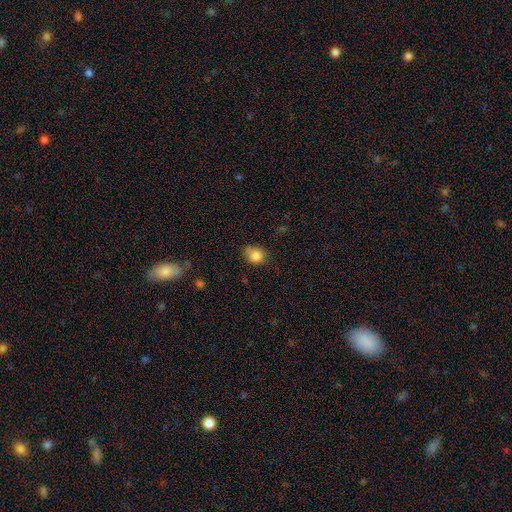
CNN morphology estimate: A smooth galaxy with no disk features (83%) that is round (70%).

Vote fractions:
- Smooth or featured? smooth: 83% / star or artifact: 10% / featured or disk: 6%
- How rounded? round: 70% / in between: 29% / cigar-shaped: 1%
- Merging? none: 58% / minor disturbance: 28% / merger: 8% / major disturbance: 7%